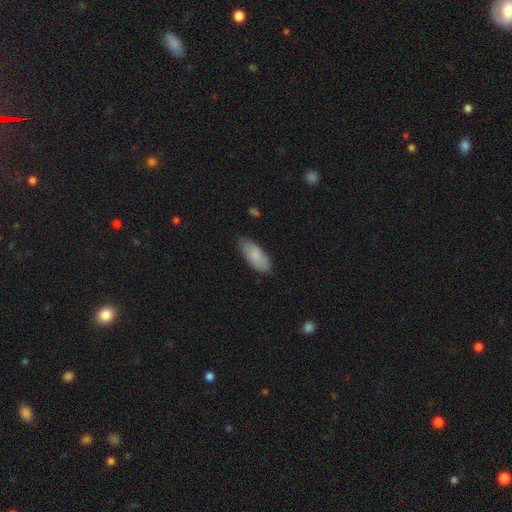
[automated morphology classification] A smooth galaxy with no disk features (83%) that is in between round and cigar-shaped (83%).

Vote fractions:
- Smooth or featured? smooth: 83% / featured or disk: 11% / star or artifact: 6%
- How rounded? in between: 83% / cigar-shaped: 16% / round: 2%
- Merging? none: 78% / minor disturbance: 18% / major disturbance: 3% / merger: 1%